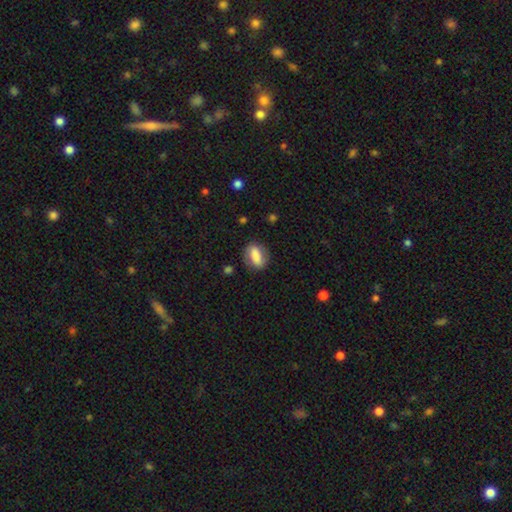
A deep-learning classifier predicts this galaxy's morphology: Smooth or featured? smooth (71%)
How rounded? in between (79%)
Merging? none (78%)